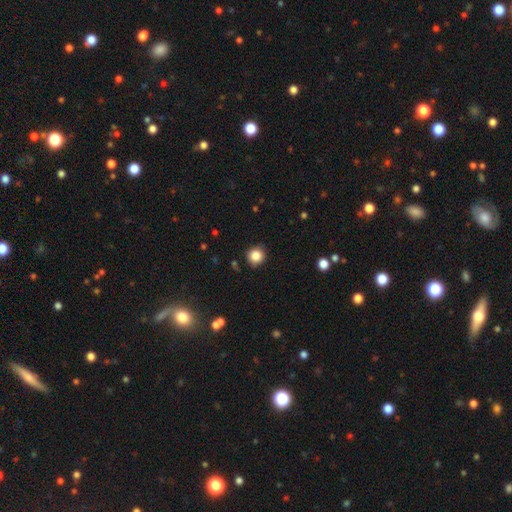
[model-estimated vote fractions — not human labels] smooth_or_featured: smooth (p=0.85) [alt: star or artifact p=0.11]
how_rounded: round (p=0.92) [alt: in between p=0.07]
merging: none (p=0.88) [alt: minor disturbance p=0.08]